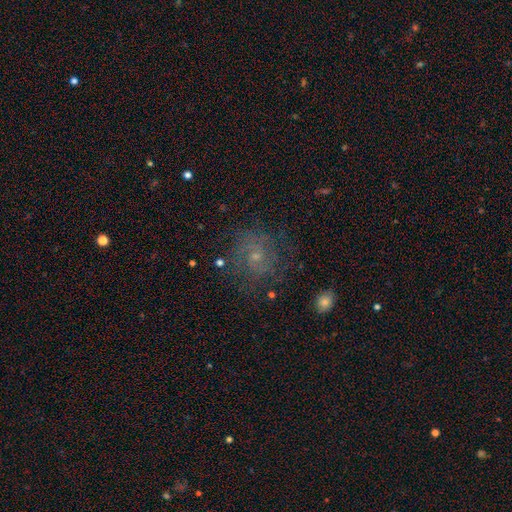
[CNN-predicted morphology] A featured or disk galaxy (46%).

Vote fractions:
- Smooth or featured? featured or disk: 46% / smooth: 34% / star or artifact: 21%
- Merging? none: 71% / minor disturbance: 17% / major disturbance: 11% / merger: 2%